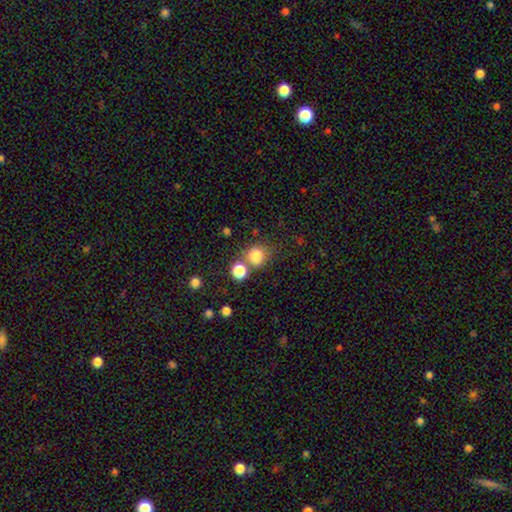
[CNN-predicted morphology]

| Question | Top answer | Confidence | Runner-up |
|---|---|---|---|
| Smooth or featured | smooth | 81% | star or artifact (13%) |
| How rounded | round | 80% | in between (19%) |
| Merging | none | 62% | merger (22%) |